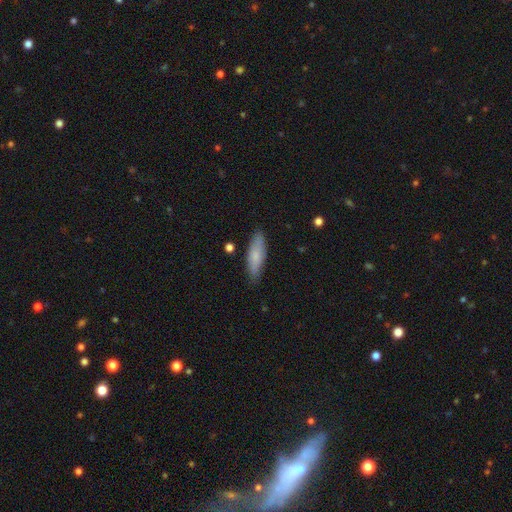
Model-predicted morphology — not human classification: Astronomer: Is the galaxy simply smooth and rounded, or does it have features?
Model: smooth — 75%.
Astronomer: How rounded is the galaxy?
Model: cigar-shaped — 51% (runner-up: in between, 47%).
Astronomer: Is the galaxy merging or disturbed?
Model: none — 83%.